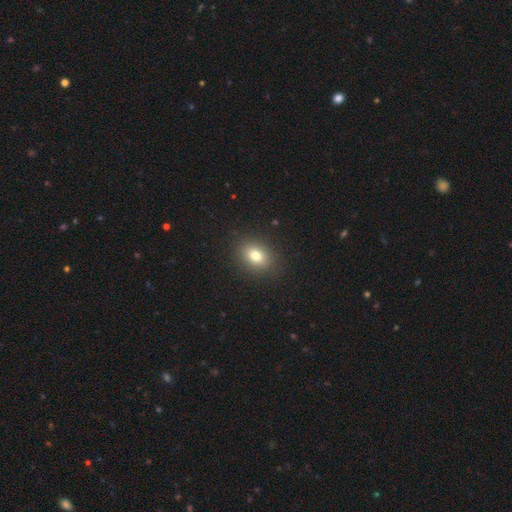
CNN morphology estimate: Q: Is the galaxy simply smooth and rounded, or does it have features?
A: smooth — 78%.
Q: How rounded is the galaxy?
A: in between — 63%.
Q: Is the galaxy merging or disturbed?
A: none — 89%.